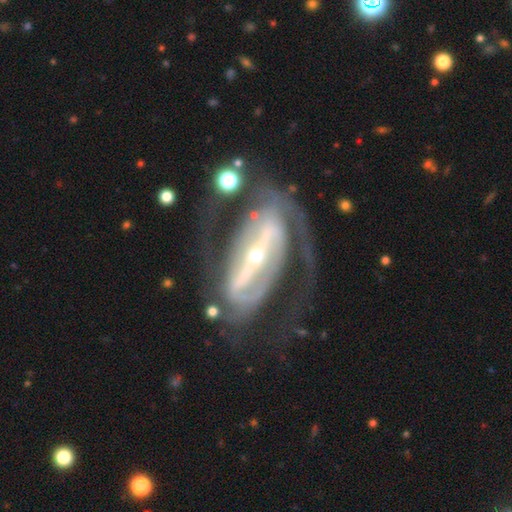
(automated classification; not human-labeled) Smooth or featured?
  - featured or disk: 90% *
  - smooth: 5%
  - star or artifact: 5%
Edge-on disk?
  - no: 92% *
  - yes: 8%
Bar?
  - strong: 81% *
  - weak: 12%
  - no: 6%
Spiral arms?
  - yes: 88% *
  - no: 12%
Spiral winding?
  - medium: 43% *
  - tight: 37%
  - loose: 21%
Spiral arm count?
  - 2: 78% *
  - can't tell: 10%
  - 1: 5%
  - 3: 3%
  - 4: 2%
  - more than 4: 2%
Bulge size?
  - small: 73% *
  - moderate: 23%
  - large: 2%
  - dominant: 1%
  - none: 1%
Merging?
  - none: 56% *
  - major disturbance: 23%
  - minor disturbance: 17%
  - merger: 4%